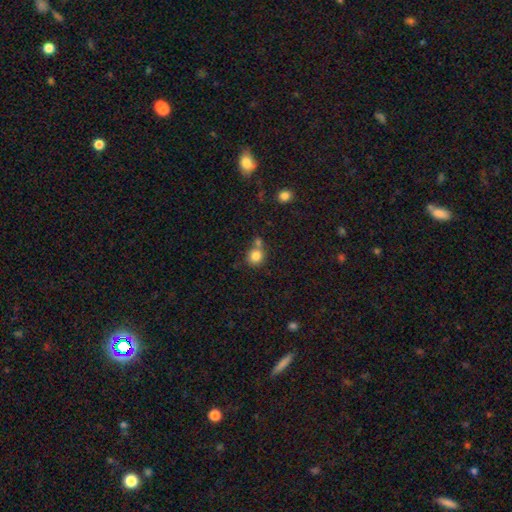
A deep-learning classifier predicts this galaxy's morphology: type=smooth (82%); roundness=round (84%); merging=none (54%).